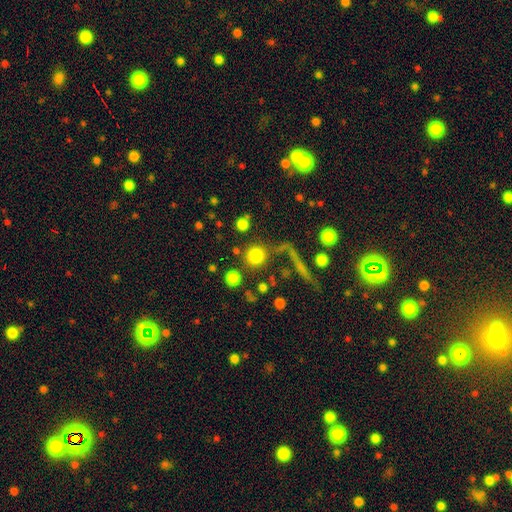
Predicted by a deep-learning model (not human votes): Overall: smooth (80%). How rounded: round (94%). Merging: none (78%).